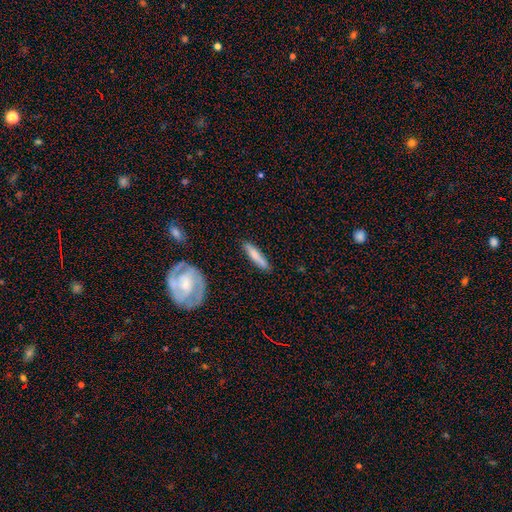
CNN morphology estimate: Smooth or featured?
  - smooth: 75% *
  - featured or disk: 19%
  - star or artifact: 6%
How rounded?
  - cigar-shaped: 88% *
  - in between: 10%
  - round: 2%
Merging?
  - none: 86% *
  - minor disturbance: 10%
  - major disturbance: 2%
  - merger: 2%